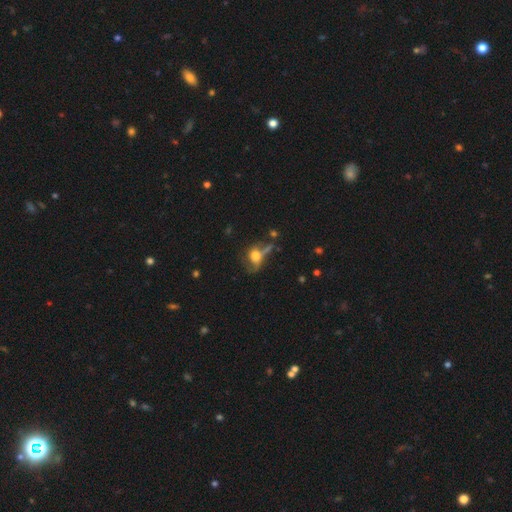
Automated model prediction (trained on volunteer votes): Morphology: type=smooth (54%); roundness=in between (51%); merging=major disturbance (33%).